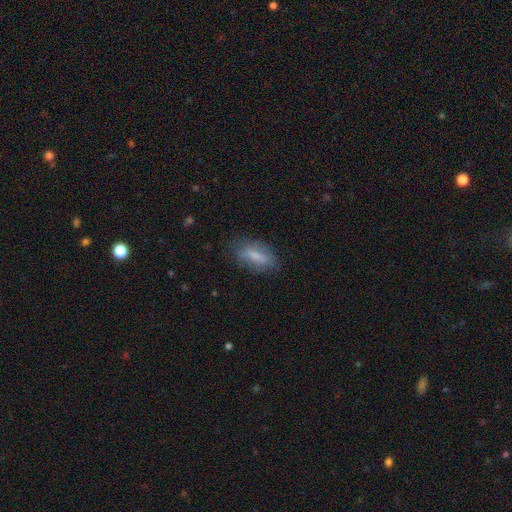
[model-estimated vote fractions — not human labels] This appears to be a smooth galaxy with no disk features (73%) that is in between round and cigar-shaped (78%). Merging: none (72%).